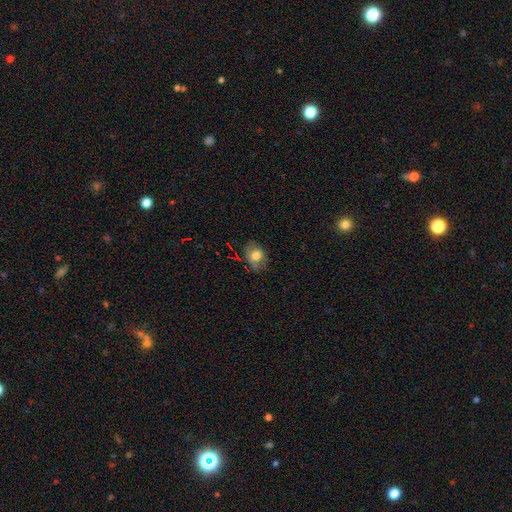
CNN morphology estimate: The model was most divided on "how rounded": in between: 64%, round: 34%, cigar-shaped: 1%. More confident: smooth or featured — smooth (70%); merging — none (63%).